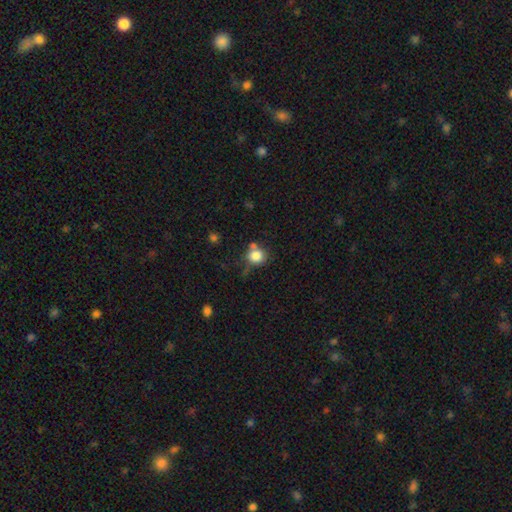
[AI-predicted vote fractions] Morphology: type=smooth (82%); roundness=round (86%); merging=none (58%).